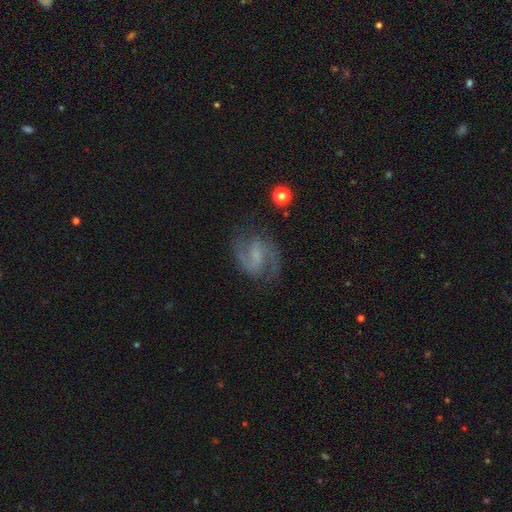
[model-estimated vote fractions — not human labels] Morphology: type=featured or disk (84%); edge-on=no (98%); bar=weak (55%); spiral arms=yes (97%); winding=medium (58%); arm count=2 (91%); bulge=none (42%); merging=none (78%).